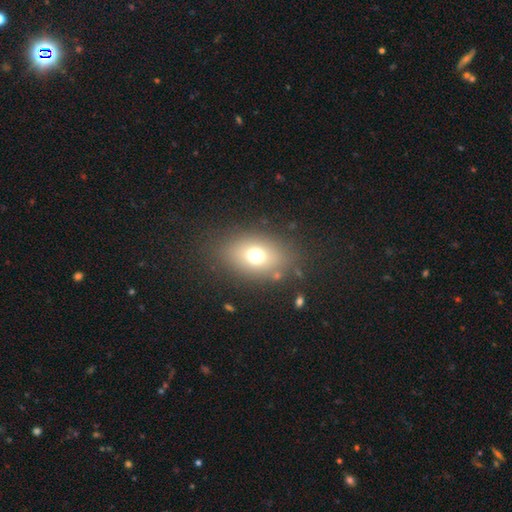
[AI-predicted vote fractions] Smooth or featured? smooth (68%)
How rounded? in between (67%)
Merging? none (81%)